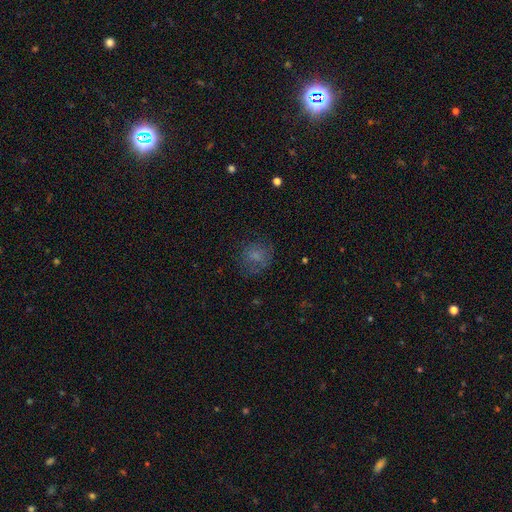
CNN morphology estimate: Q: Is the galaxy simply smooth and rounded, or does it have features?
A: smooth — 70%.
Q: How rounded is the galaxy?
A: round — 75%.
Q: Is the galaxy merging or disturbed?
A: none — 65%.